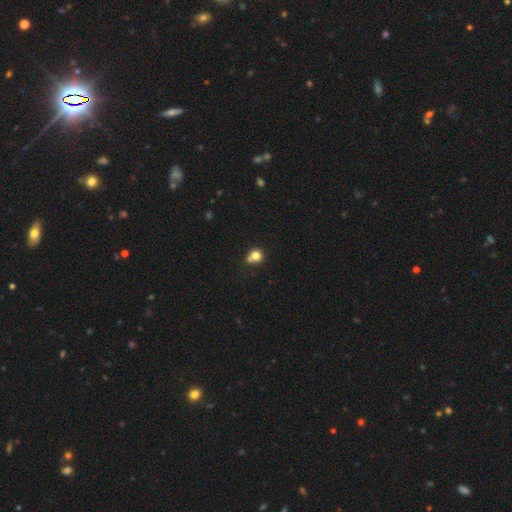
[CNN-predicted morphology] This appears to be a smooth galaxy with no disk features (78%) that is round (84%). Merging: none (53%).